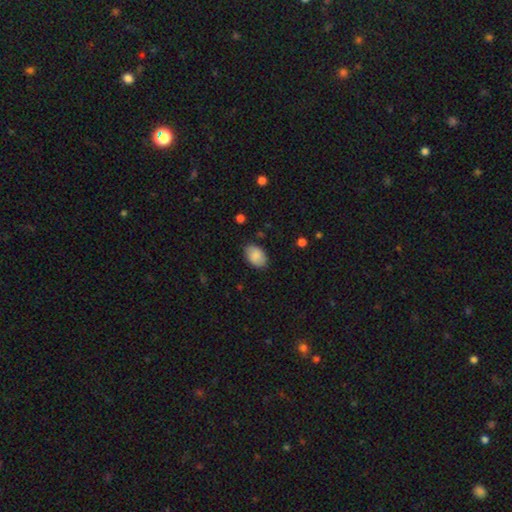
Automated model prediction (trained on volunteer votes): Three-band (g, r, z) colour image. It shows a smooth galaxy with no disk features (87%) that is in between round and cigar-shaped (88%). Merging: none (82%).